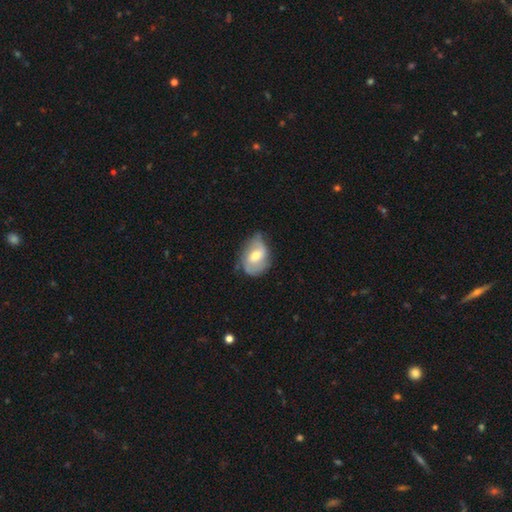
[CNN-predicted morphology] Overall: featured or disk (57%; smooth 37%). Edge-on disk: no (96%). Bar: weak (47%; no 41%). Spiral arms: yes (79%). Bulge size: moderate (66%). Merging: none (53%; minor disturbance 34%).